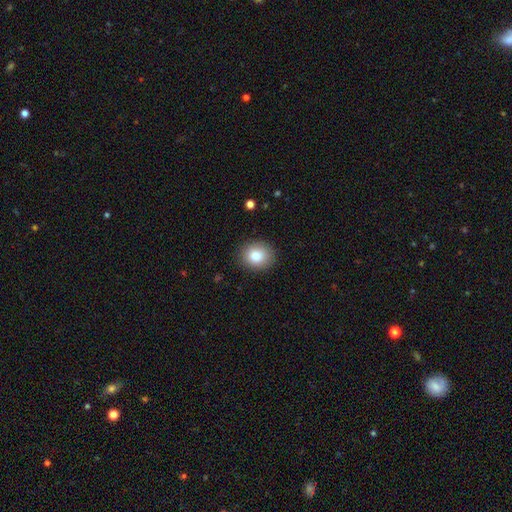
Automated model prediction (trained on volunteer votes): This appears to be a smooth galaxy with no disk features (83%) that is round (69%). Merging: none (88%).